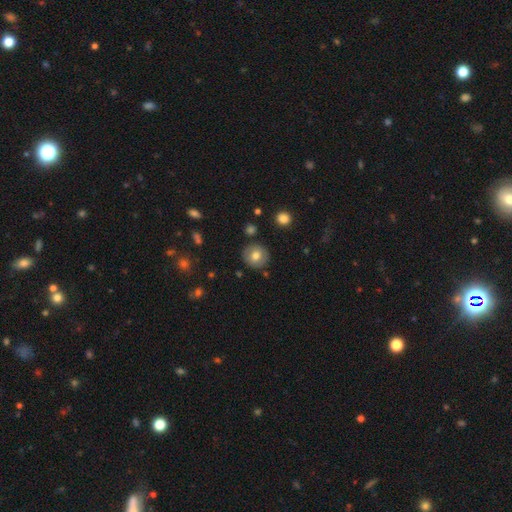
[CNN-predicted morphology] The model was most divided on "smooth or featured": smooth: 74%, featured or disk: 18%, star or artifact: 8%. More confident: how rounded — round (92%); merging — none (88%).